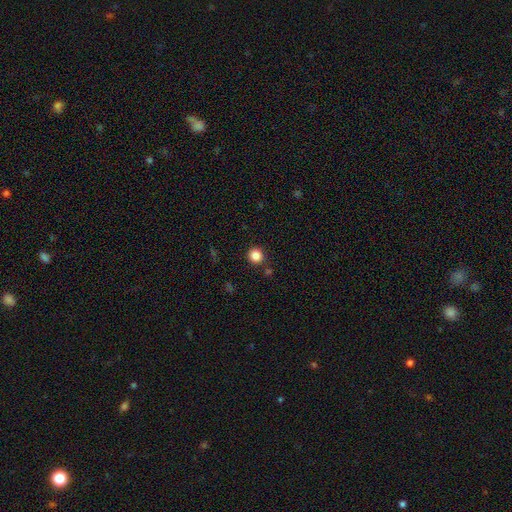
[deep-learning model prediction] Smooth or featured? Predicted: smooth (p=0.85). How rounded? Predicted: round (p=0.90). Merging? Predicted: none (p=0.87).